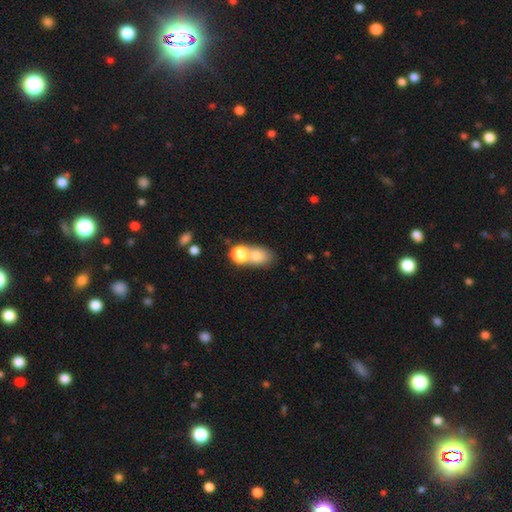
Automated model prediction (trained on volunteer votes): This is likely a smooth galaxy (76%). How rounded: likely in between (63%). Merging: marginally merger (44%).